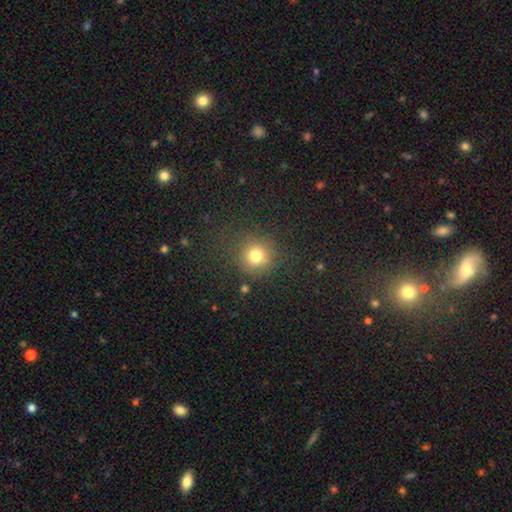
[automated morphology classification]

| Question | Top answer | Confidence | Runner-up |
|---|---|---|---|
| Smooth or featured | smooth | 78% | star or artifact (15%) |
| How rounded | round | 91% | in between (8%) |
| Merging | none | 83% | minor disturbance (9%) |